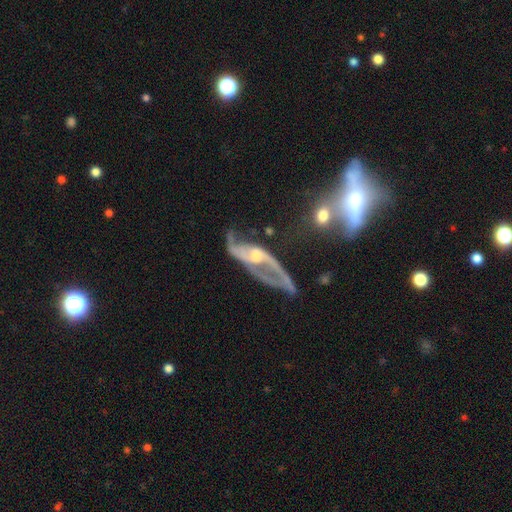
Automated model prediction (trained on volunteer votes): Morphology: type=featured or disk (83%); edge-on=no (83%); bar=no (49%); spiral arms=yes (85%); winding=loose (47%); arm count=2 (72%); bulge=moderate (50%); merging=none (36%).